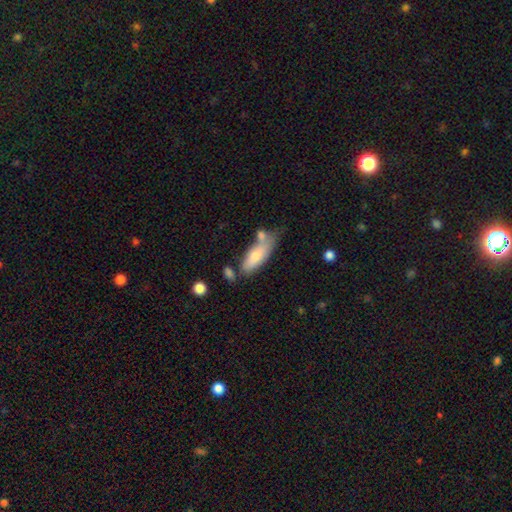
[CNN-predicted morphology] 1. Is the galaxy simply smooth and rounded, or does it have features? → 72% smooth, 21% featured or disk, 6% star or artifact.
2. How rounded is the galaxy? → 63% in between, 35% cigar-shaped, 2% round.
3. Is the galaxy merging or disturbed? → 51% none, 23% minor disturbance, 18% merger, 7% major disturbance.